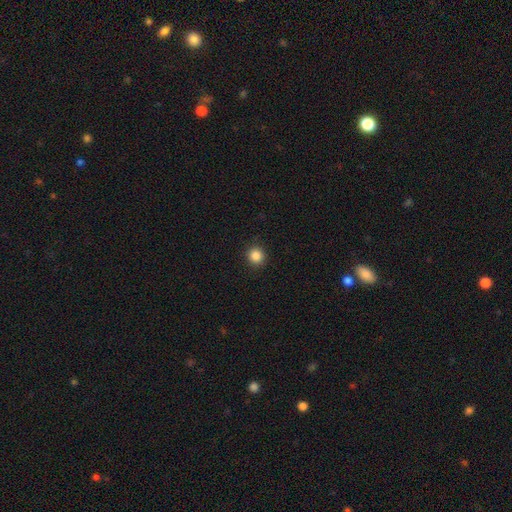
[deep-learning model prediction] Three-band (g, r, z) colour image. It shows a smooth galaxy with no disk features (86%) that is round (93%). Merging: none (92%).